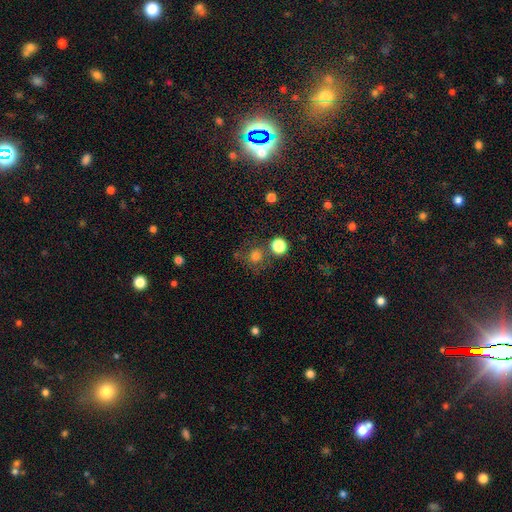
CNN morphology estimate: Overall: smooth (76%). How rounded: round (90%). Merging: none (67%).